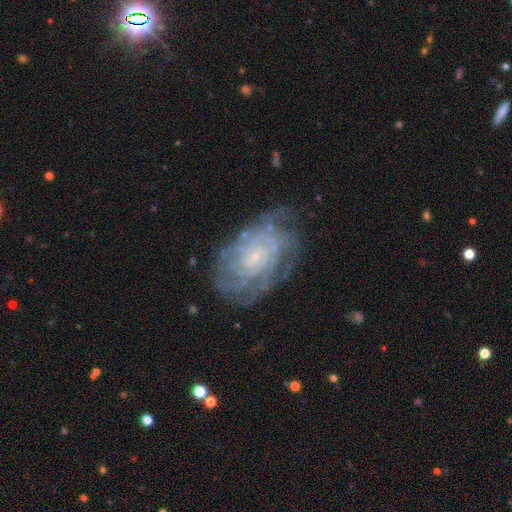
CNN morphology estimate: A featured or disk galaxy (82%) with no bar (72%), tight (76%) spiral arms (94%) and a small central bulge (85%).

Vote fractions:
- Smooth or featured? featured or disk: 82% / smooth: 11% / star or artifact: 8%
- Edge-on disk? no: 96% / yes: 4%
- Bar? no: 72% / weak: 23% / strong: 5%
- Spiral arms? yes: 94% / no: 6%
- Spiral winding? tight: 76% / medium: 19% / loose: 5%
- Spiral arm count? can't tell: 43% / 4: 17% / more than 4: 13% / 2: 11% / 3: 11% / 1: 6%
- Bulge size? small: 85% / moderate: 8% / none: 5% / large: 1% / dominant: 1%
- Merging? none: 71% / minor disturbance: 19% / major disturbance: 8% / merger: 2%